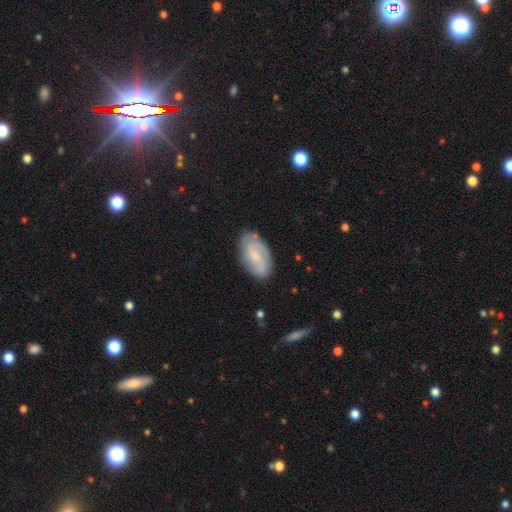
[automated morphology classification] Overall: featured or disk (60%; smooth 33%). Edge-on disk: no (96%). Bar: no (46%; weak 44%). Spiral arms: yes (88%). Spiral arm count: 2 (50%; can't tell 27%). Spiral winding: tight (46%; medium 39%). Bulge size: small (47%; none 27%). Merging: none (76%).